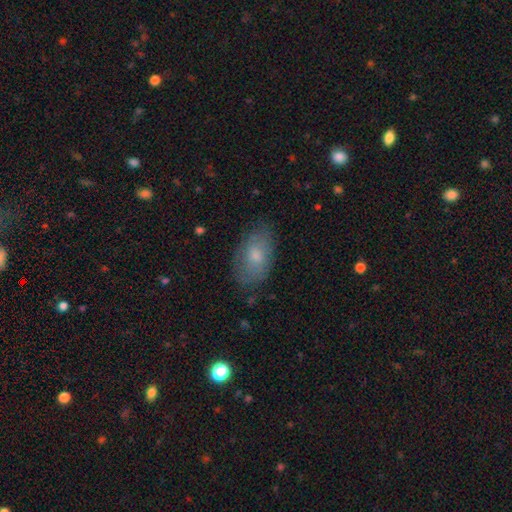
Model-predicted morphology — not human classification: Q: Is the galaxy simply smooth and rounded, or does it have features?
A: smooth — 67%.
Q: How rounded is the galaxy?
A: in between — 92%.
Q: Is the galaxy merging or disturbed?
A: none — 75%.